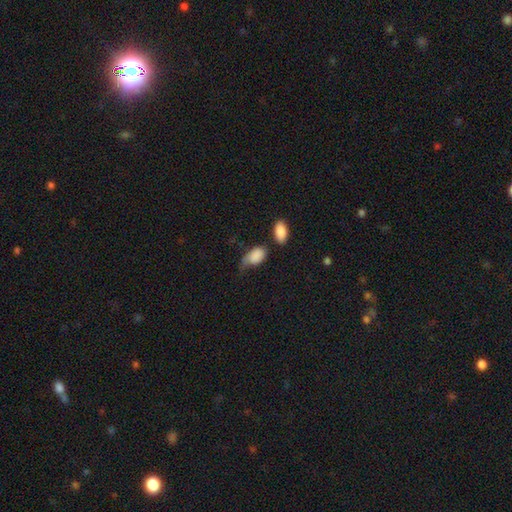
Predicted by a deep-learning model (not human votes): This appears to be a smooth galaxy with no disk features (82%) that is in between round and cigar-shaped (89%). Merging: minor disturbance (33%).